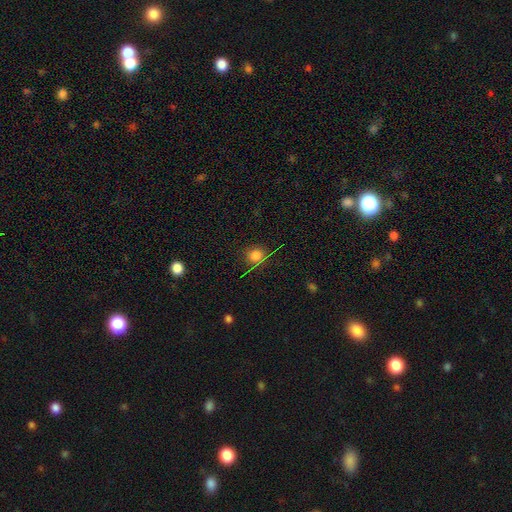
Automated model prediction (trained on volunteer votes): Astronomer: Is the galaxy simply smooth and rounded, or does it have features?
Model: smooth — 73%.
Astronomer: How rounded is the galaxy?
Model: round — 90%.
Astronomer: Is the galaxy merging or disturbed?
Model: none — 82%.